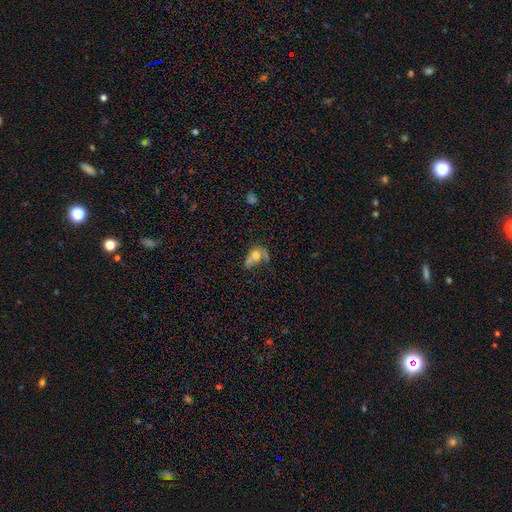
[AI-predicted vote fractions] Morphology: type=smooth (57%); roundness=in between (67%); merging=major disturbance (37%).